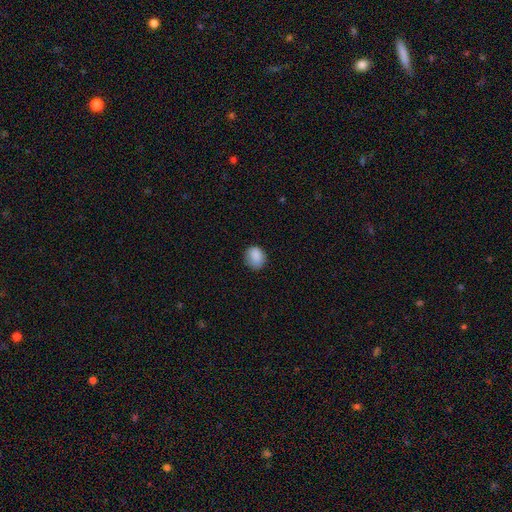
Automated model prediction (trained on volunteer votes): smooth 87%, star or artifact 8%, featured or disk 4%. Down the decision tree: how rounded — round (62%); merging — none (74%).